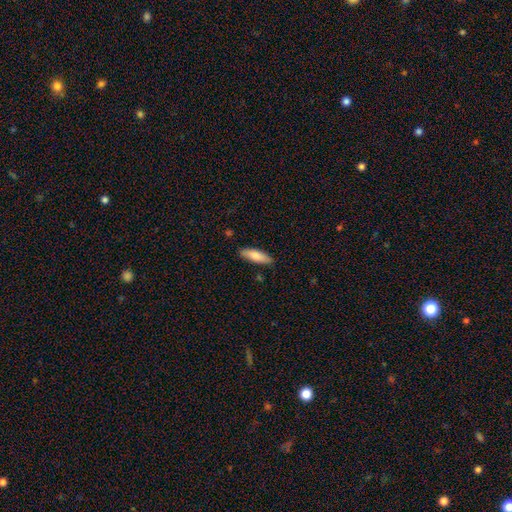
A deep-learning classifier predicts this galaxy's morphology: Smooth or featured? smooth (80%)
How rounded? cigar-shaped (51%)
Merging? none (86%)